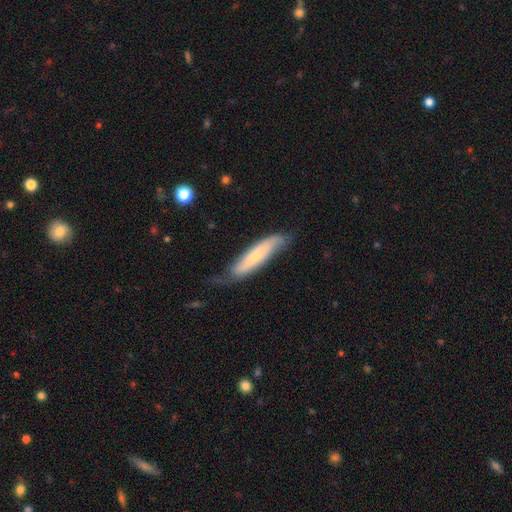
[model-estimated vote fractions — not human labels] Smooth or featured: smooth — 48% (featured or disk — 46%)
Merging: none — 53% (minor disturbance — 33%)